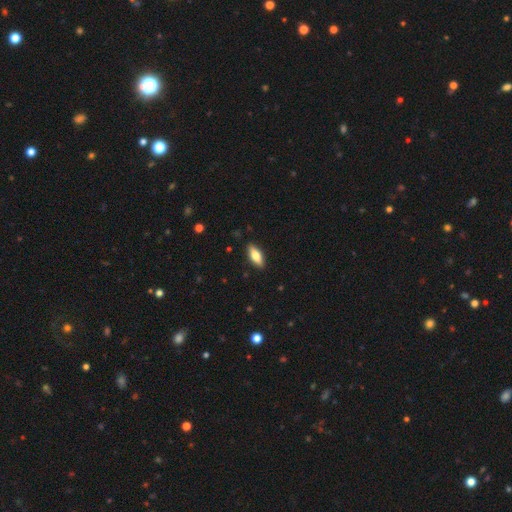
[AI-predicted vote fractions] The model was most divided on "smooth or featured": smooth: 70%, featured or disk: 24%, star or artifact: 6%. More confident: merging — none (89%); how rounded — in between (74%).